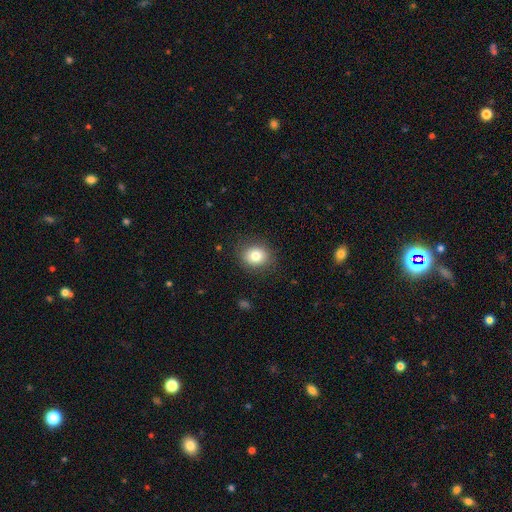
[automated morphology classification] Overall: smooth (81%). How rounded: round (66%; in between 33%). Merging: none (86%).